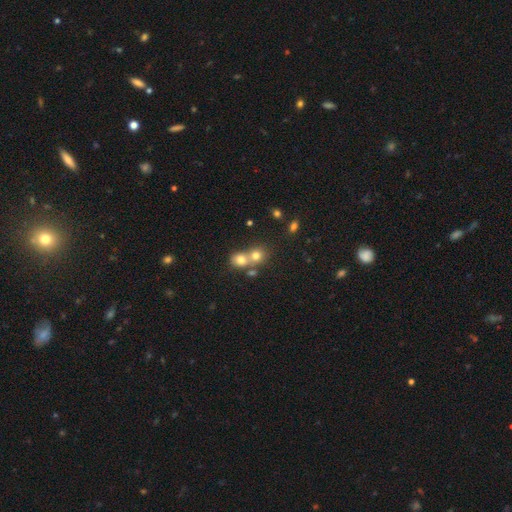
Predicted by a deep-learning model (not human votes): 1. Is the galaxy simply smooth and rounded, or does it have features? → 72% smooth, 14% featured or disk, 14% star or artifact.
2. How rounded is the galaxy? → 78% round, 21% in between, 1% cigar-shaped.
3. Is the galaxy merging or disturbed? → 58% merger, 34% none, 6% minor disturbance, 3% major disturbance.